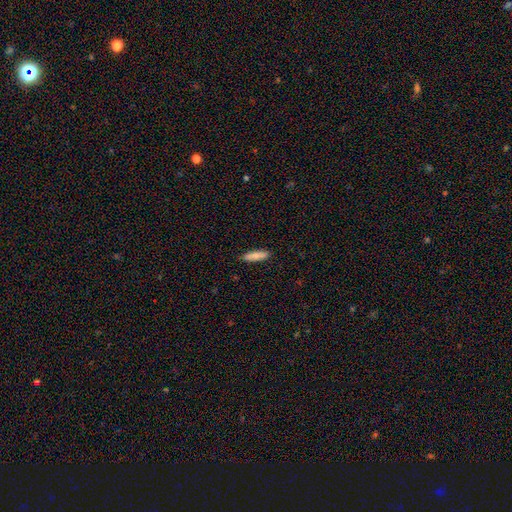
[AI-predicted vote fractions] Overall: smooth (85%). How rounded: cigar-shaped (70%). Merging: none (89%).